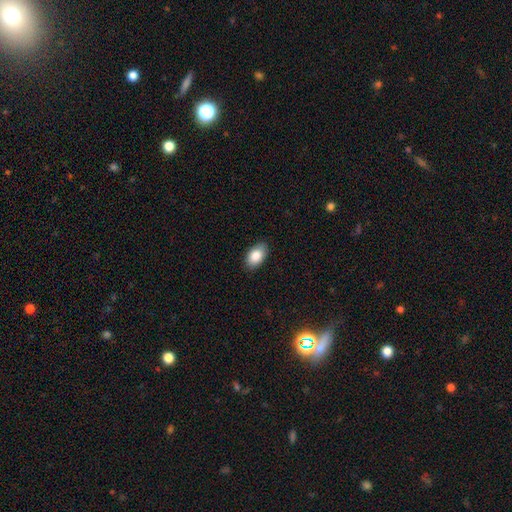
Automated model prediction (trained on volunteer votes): The model was most divided on "merging": none: 87%, minor disturbance: 10%, major disturbance: 2%, merger: 1%. More confident: how rounded — in between (92%); smooth or featured — smooth (86%).